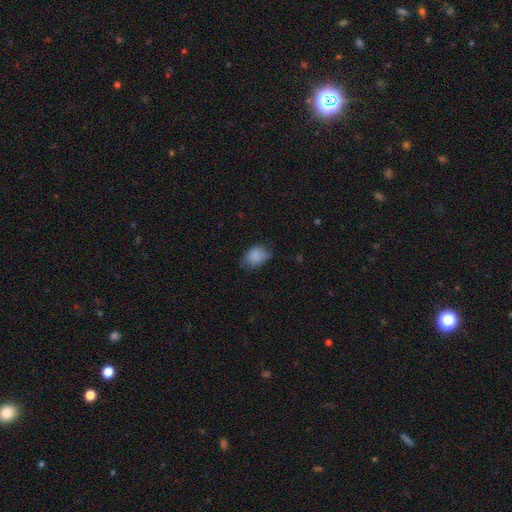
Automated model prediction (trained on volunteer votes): Smooth or featured? Predicted: smooth (p=0.84). How rounded? Predicted: in between (p=0.75). Merging? Predicted: none (p=0.55).